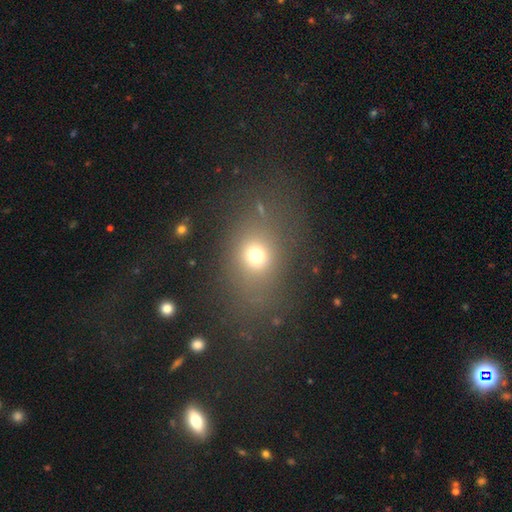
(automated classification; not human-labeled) Smooth or featured? Predicted: smooth (p=0.68). How rounded? Predicted: round (p=0.57). Merging? Predicted: none (p=0.65).